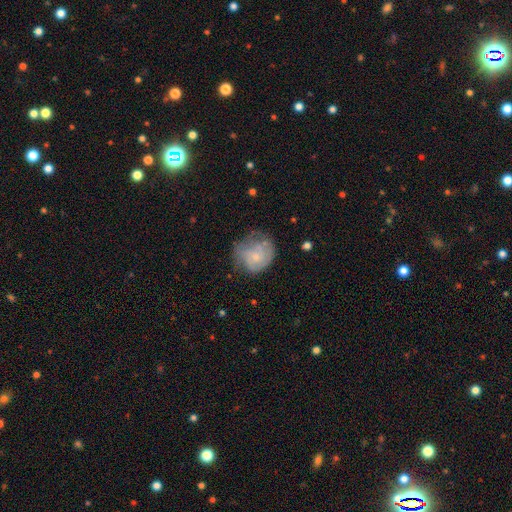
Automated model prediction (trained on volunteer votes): A smooth galaxy with no disk features (47%).

Vote fractions:
- Smooth or featured? smooth: 47% / featured or disk: 46% / star or artifact: 8%
- Merging? none: 48% / minor disturbance: 31% / major disturbance: 18% / merger: 3%